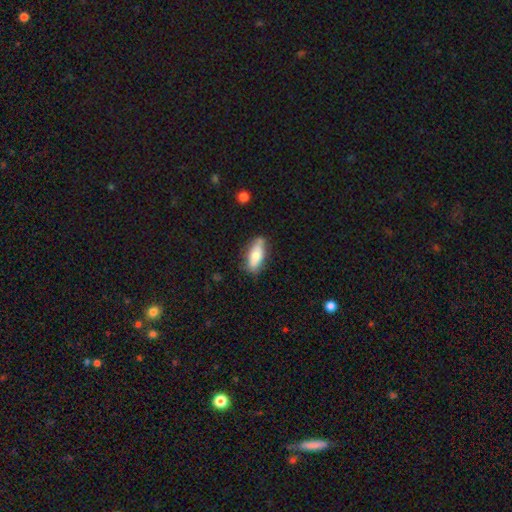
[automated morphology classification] smooth-or-featured: smooth: 75% | featured or disk: 19% | star or artifact: 6%
  how-rounded: in between: 74% | cigar-shaped: 23% | round: 2%
  merging: none: 74% | minor disturbance: 20% | major disturbance: 4% | merger: 3%